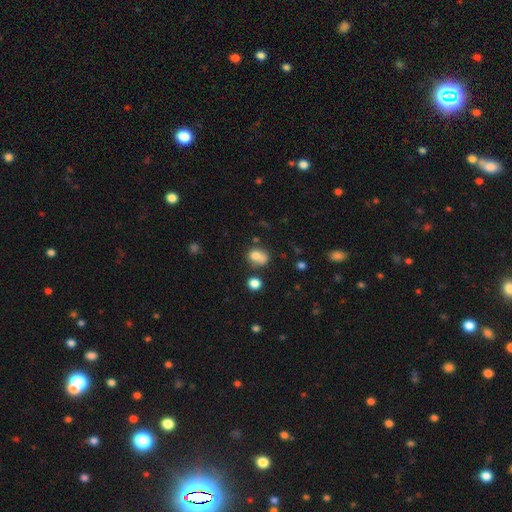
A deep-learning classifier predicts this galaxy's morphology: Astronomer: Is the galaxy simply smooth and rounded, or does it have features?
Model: smooth — 74%.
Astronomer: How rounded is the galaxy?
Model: round — 59% (runner-up: in between, 40%).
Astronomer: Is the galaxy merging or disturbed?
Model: none — 39% (runner-up: merger, 35%).